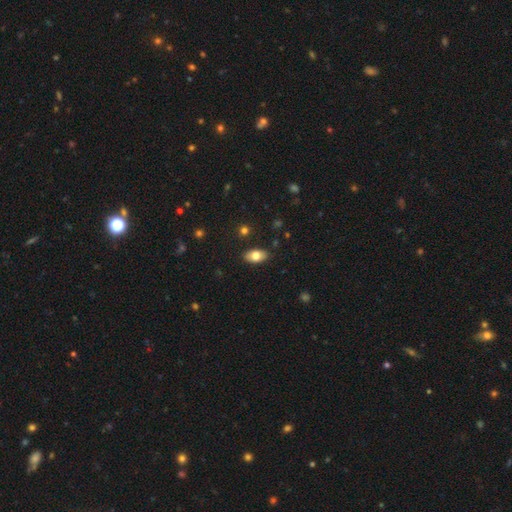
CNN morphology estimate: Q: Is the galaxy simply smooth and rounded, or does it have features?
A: smooth — 77%.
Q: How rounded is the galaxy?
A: in between — 91%.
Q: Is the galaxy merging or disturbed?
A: none — 87%.